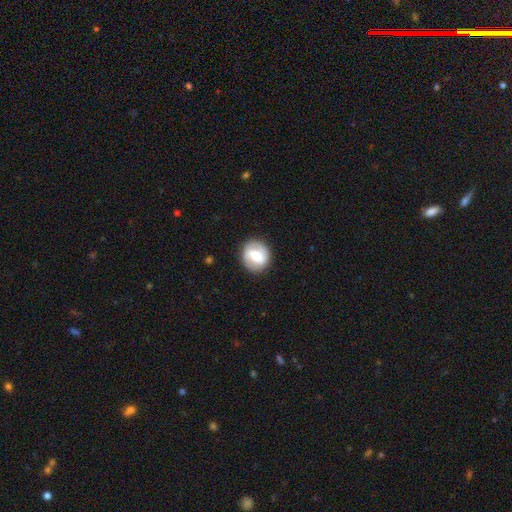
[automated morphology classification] Smooth or featured: featured or disk — 55% (smooth — 39%)
Edge-on disk: no — 96% (yes — 4%)
Bar: strong — 43% (weak — 40%)
Spiral arms: yes — 62% (no — 38%)
Bulge size: moderate — 63% (small — 21%)
Merging: none — 87% (minor disturbance — 8%)